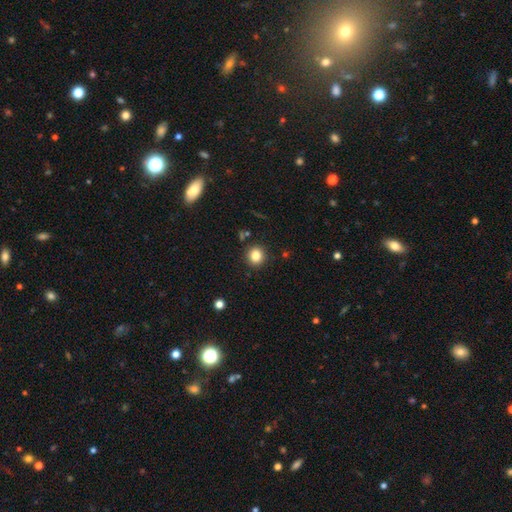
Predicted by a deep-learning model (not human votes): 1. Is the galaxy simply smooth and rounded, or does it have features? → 82% smooth, 12% star or artifact, 6% featured or disk.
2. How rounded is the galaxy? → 90% round, 9% in between, 1% cigar-shaped.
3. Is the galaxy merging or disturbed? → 90% none, 6% minor disturbance, 2% merger, 2% major disturbance.